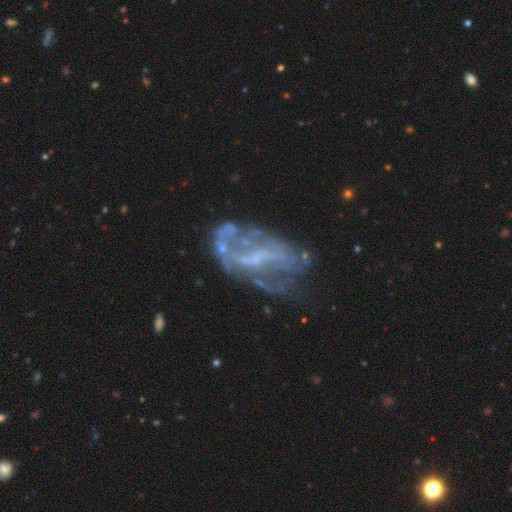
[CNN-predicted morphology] Smooth or featured?
  - featured or disk: 74% *
  - smooth: 14%
  - star or artifact: 11%
Edge-on disk?
  - no: 95% *
  - yes: 5%
Bar?
  - weak: 40% * (tied)
  - no: 40% * (tied)
  - strong: 21%
Spiral arms?
  - no: 51% *
  - yes: 49%
Bulge size?
  - small: 44% *
  - none: 38%
  - moderate: 16%
  - large: 2%
  - dominant: 1%
Merging?
  - none: 44% *
  - major disturbance: 27%
  - minor disturbance: 23%
  - merger: 7%